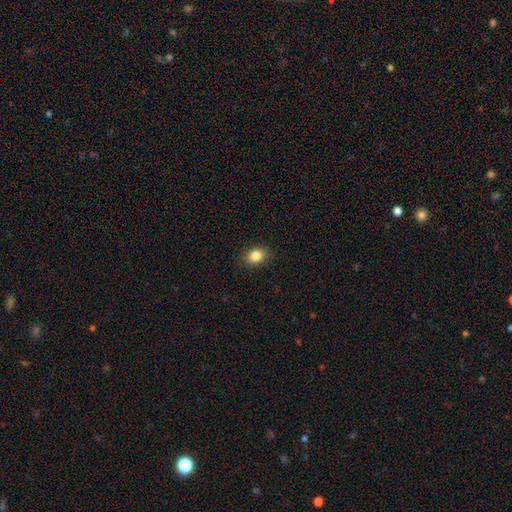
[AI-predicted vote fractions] Smooth or featured: smooth — 84% (star or artifact — 10%)
How rounded: in between — 67% (round — 32%)
Merging: none — 88% (minor disturbance — 9%)